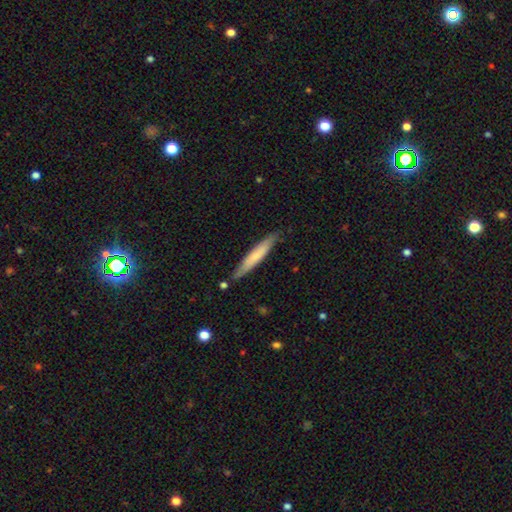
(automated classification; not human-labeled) Smooth or featured: smooth — 67% (featured or disk — 28%)
How rounded: cigar-shaped — 93% (in between — 6%)
Merging: none — 83% (minor disturbance — 13%)